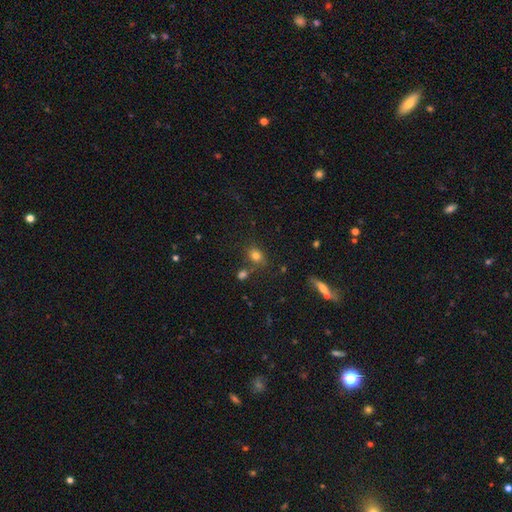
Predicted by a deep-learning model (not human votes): Smooth or featured: smooth — 78% (star or artifact — 14%)
How rounded: in between — 53% (round — 46%)
Merging: none — 71% (minor disturbance — 13%)